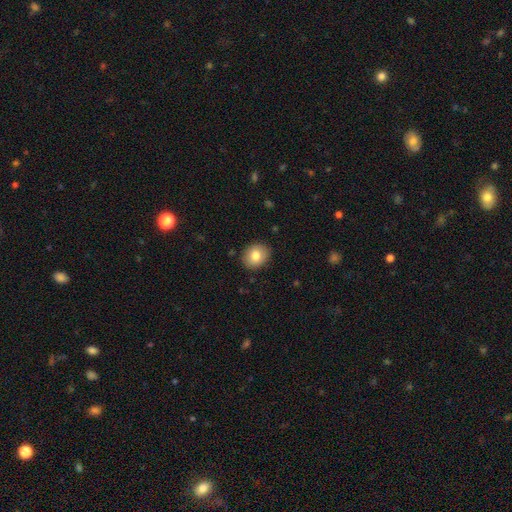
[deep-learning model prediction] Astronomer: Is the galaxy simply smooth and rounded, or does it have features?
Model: smooth — 80%.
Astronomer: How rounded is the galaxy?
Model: round — 60% (runner-up: in between, 39%).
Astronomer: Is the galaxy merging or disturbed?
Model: none — 88%.